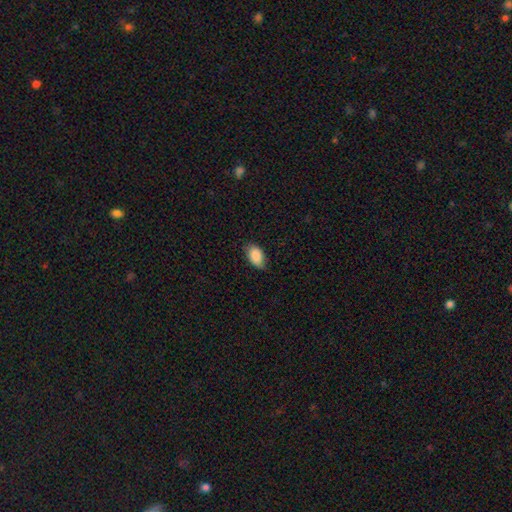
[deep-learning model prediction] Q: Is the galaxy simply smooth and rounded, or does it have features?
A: smooth — 88%.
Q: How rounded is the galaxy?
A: in between — 91%.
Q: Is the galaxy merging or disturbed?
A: none — 72%.